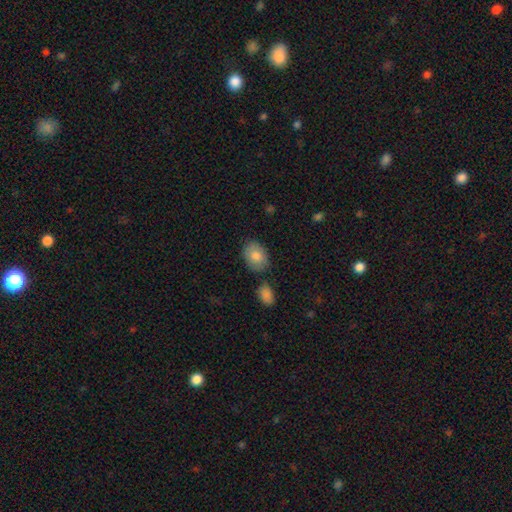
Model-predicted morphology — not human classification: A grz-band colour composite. It shows a smooth galaxy with no disk features (80%) that is in between round and cigar-shaped (70%). Merging: none (76%).